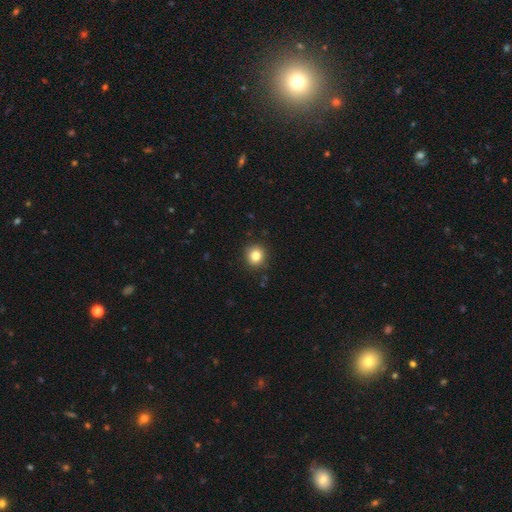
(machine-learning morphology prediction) smooth 82%, star or artifact 11%, featured or disk 6%. Down the decision tree: how rounded — round (88%); merging — none (90%).